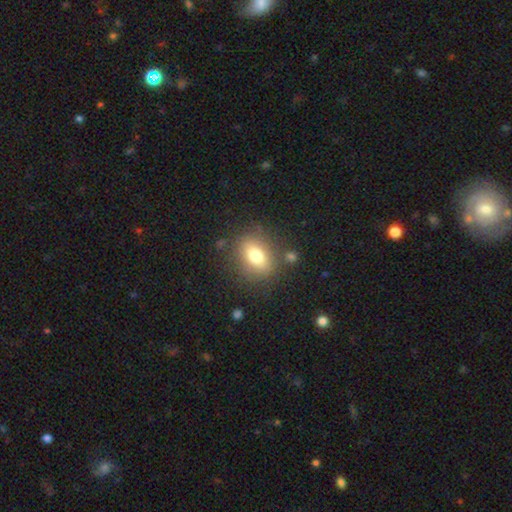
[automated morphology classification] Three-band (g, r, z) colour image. It shows a smooth galaxy with no disk features (76%) that is in between round and cigar-shaped (67%). Merging: none (78%).